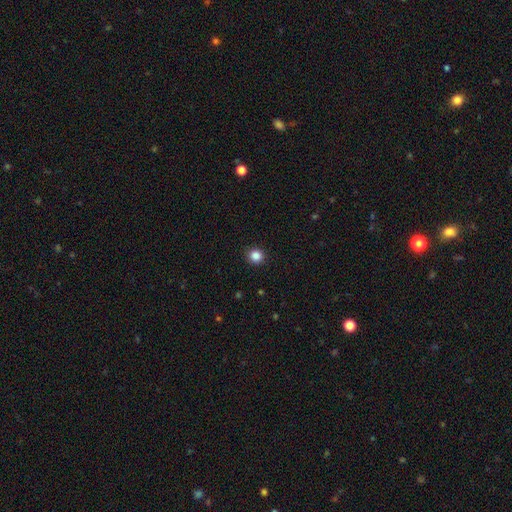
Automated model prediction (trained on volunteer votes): Overall: smooth (86%). How rounded: round (87%). Merging: none (91%).